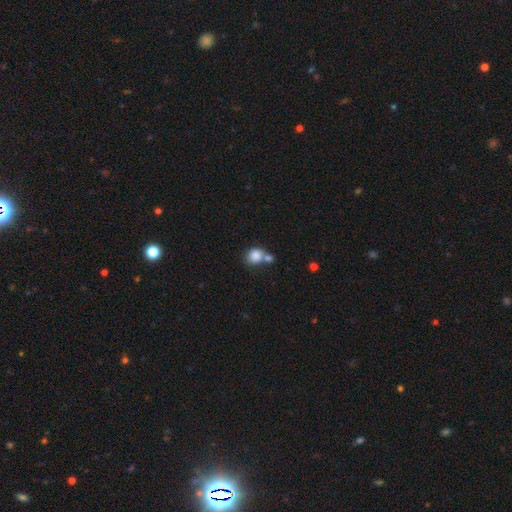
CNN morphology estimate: smooth_or_featured: smooth (p=0.84) [alt: star or artifact p=0.09]
how_rounded: round (p=0.75) [alt: in between p=0.24]
merging: none (p=0.43) [alt: merger p=0.42]